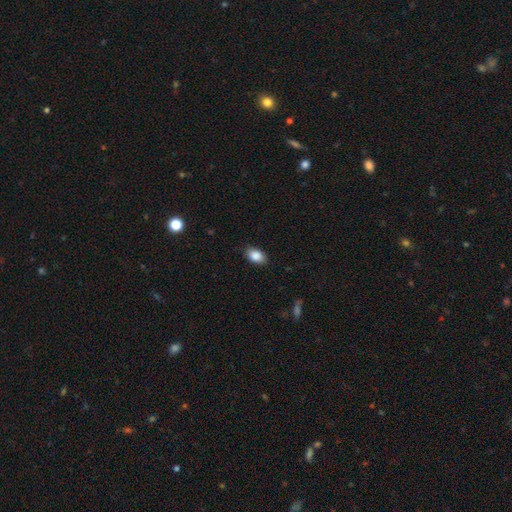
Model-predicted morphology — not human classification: Smooth or featured: smooth — 88% (star or artifact — 7%)
How rounded: in between — 88% (round — 10%)
Merging: none — 85% (minor disturbance — 12%)